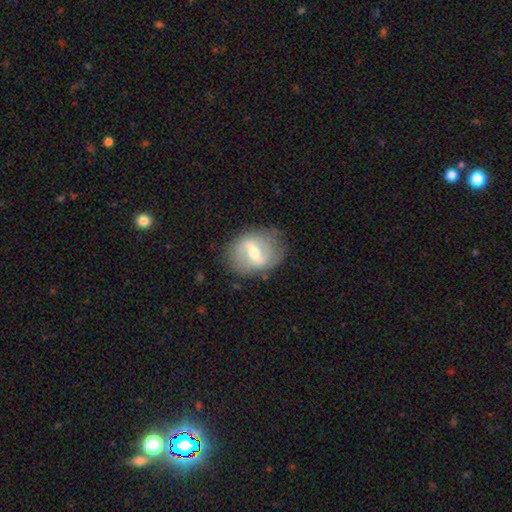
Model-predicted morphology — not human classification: type=featured or disk (69%); edge-on=no (91%); bar=strong (56%); spiral arms=no (50%, tied with yes); bulge=moderate (64%); merging=none (76%).